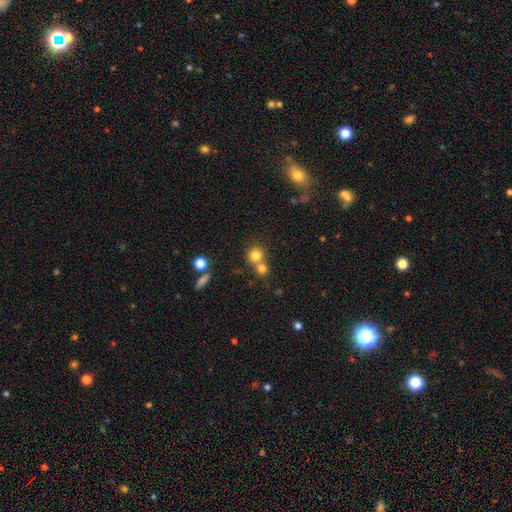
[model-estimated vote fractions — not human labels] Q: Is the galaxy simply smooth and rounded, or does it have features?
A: smooth — 78%.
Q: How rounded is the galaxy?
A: round — 87%.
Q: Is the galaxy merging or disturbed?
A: none — 49%.